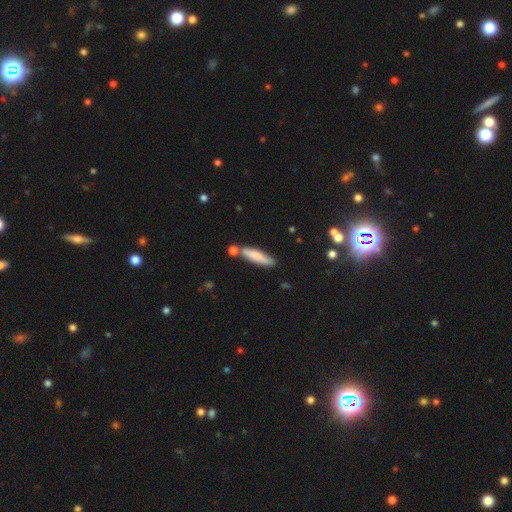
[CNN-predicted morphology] Overall: smooth (77%). How rounded: cigar-shaped (79%). Merging: none (66%).